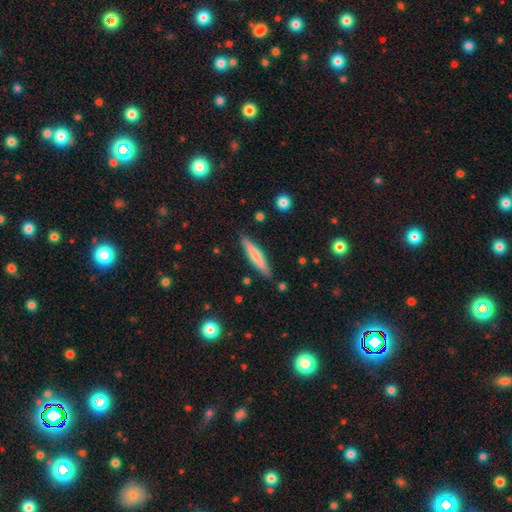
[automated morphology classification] smooth-or-featured: smooth: 68% | featured or disk: 26% | star or artifact: 5%
  how-rounded: cigar-shaped: 90% | in between: 9% | round: 1%
  merging: none: 87% | minor disturbance: 9% | merger: 2% | major disturbance: 2%